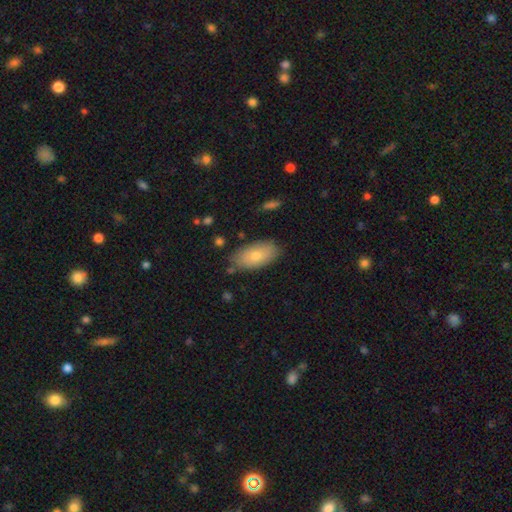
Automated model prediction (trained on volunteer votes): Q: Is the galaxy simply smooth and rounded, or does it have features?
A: smooth — 78%.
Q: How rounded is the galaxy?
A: in between — 93%.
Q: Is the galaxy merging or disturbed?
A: none — 79%.